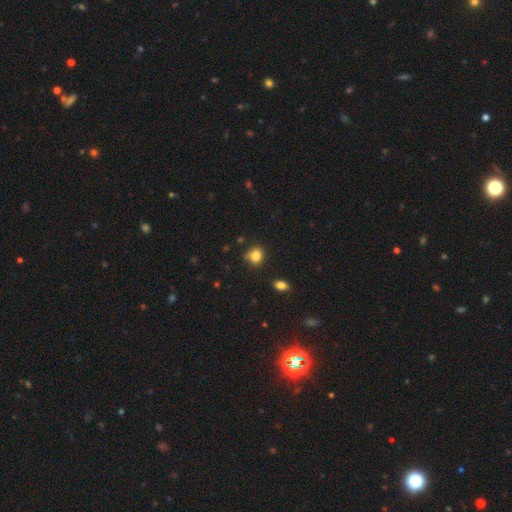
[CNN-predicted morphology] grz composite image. It shows a smooth galaxy with no disk features (83%) that is round (74%). Merging: none (66%).